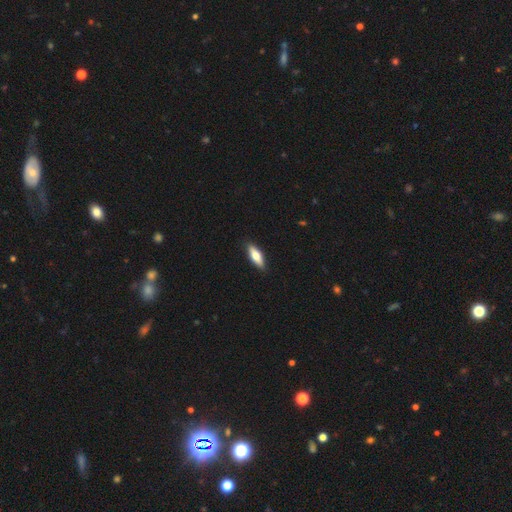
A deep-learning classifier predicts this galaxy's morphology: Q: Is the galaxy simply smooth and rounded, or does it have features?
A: smooth — 69%.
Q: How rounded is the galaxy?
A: in between — 58%.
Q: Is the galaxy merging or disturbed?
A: none — 89%.